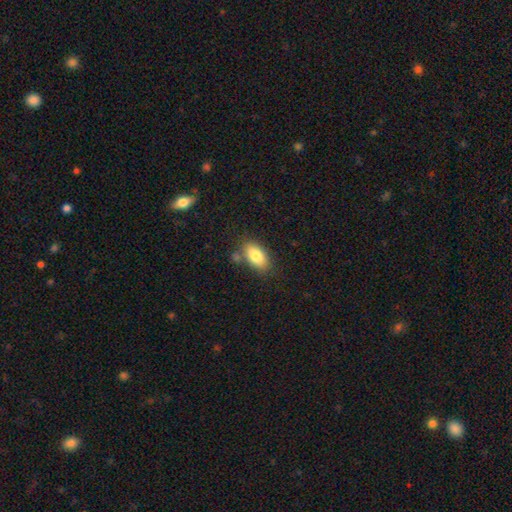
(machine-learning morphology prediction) Overall: smooth (81%). How rounded: in between (91%). Merging: none (75%).